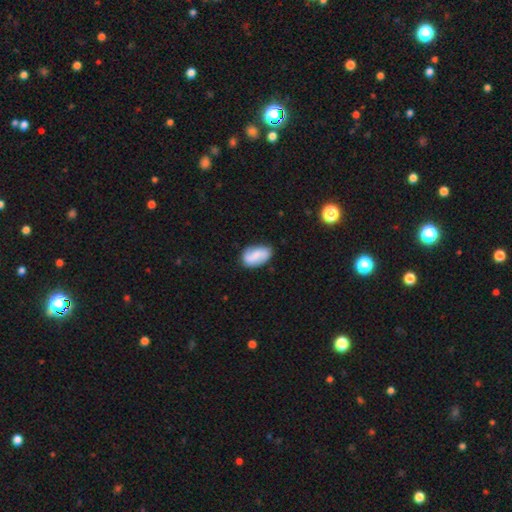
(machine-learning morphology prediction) A smooth galaxy with no disk features (53%) that is in between round and cigar-shaped (91%). Merging: none (73%).